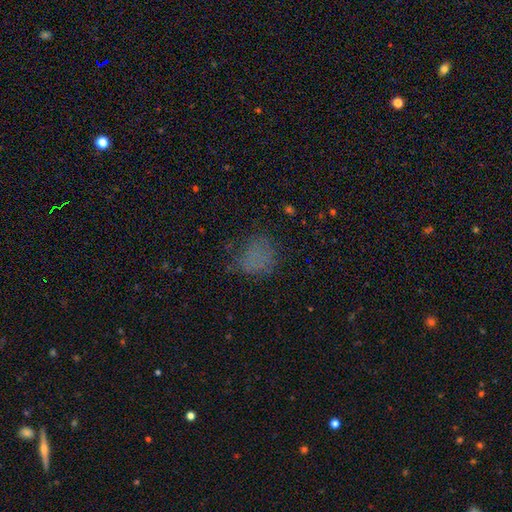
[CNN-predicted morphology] A smooth galaxy with no disk features (62%) that is round (67%).

Vote fractions:
- Smooth or featured? smooth: 62% / star or artifact: 26% / featured or disk: 12%
- How rounded? round: 67% / in between: 32% / cigar-shaped: 1%
- Merging? none: 63% / minor disturbance: 21% / major disturbance: 14% / merger: 2%